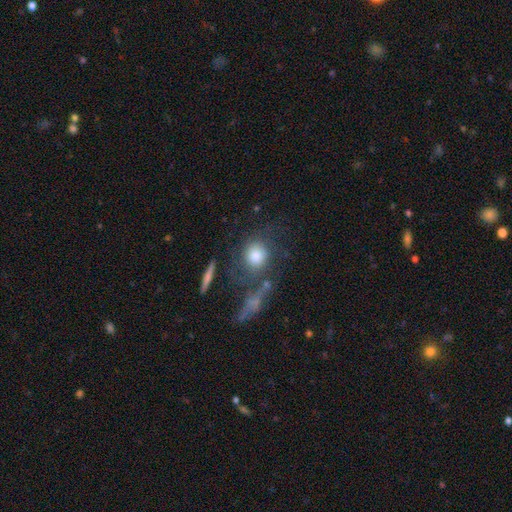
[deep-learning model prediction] smooth_or_featured: smooth (p=0.74) [alt: featured or disk p=0.16]
how_rounded: round (p=0.78) [alt: in between p=0.18]
merging: none (p=0.56) [alt: merger p=0.16]